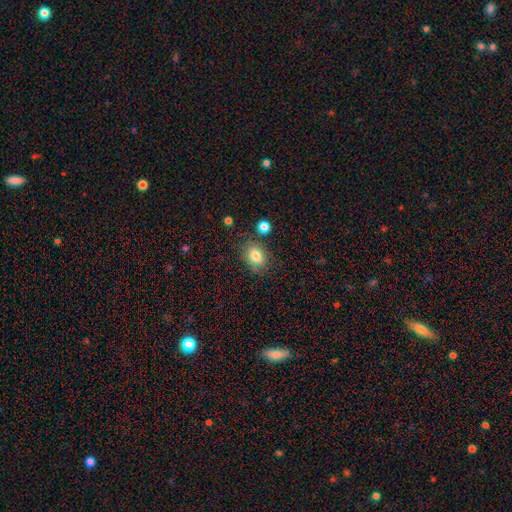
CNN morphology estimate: Smooth or featured? smooth (82%)
How rounded? in between (57%)
Merging? none (78%)